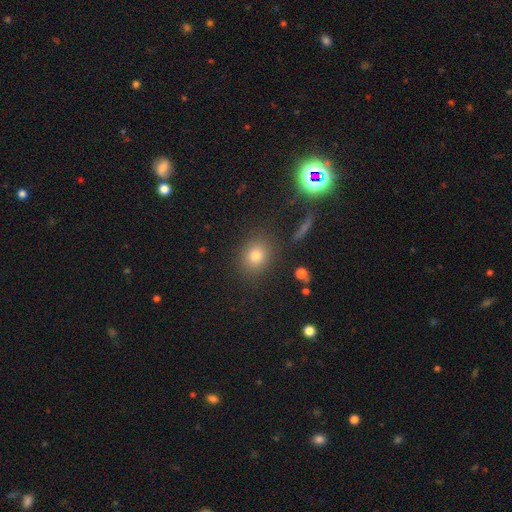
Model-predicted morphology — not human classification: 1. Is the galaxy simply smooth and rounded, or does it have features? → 72% smooth, 19% star or artifact, 9% featured or disk.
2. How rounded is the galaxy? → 70% round, 29% in between, 1% cigar-shaped.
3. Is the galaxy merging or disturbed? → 86% none, 8% minor disturbance, 3% major disturbance, 2% merger.